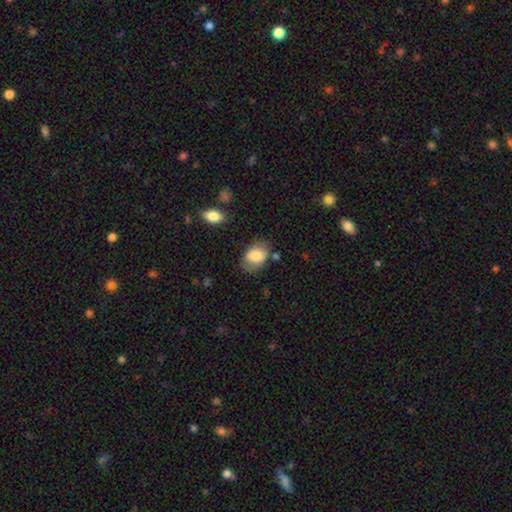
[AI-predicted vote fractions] A smooth galaxy with no disk features (82%) that is in between round and cigar-shaped (81%).

Vote fractions:
- Smooth or featured? smooth: 82% / featured or disk: 11% / star or artifact: 7%
- How rounded? in between: 81% / round: 18% / cigar-shaped: 1%
- Merging? none: 70% / minor disturbance: 20% / major disturbance: 6% / merger: 4%